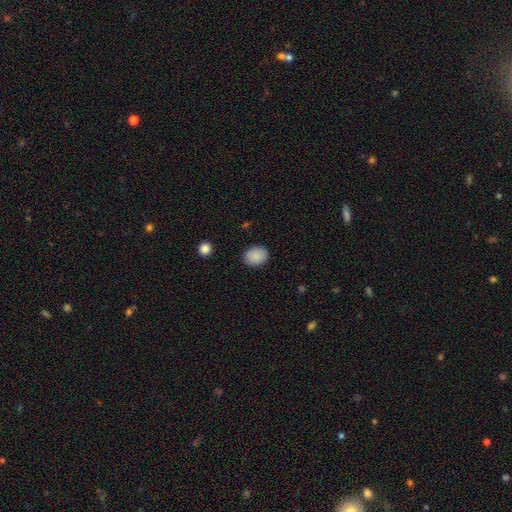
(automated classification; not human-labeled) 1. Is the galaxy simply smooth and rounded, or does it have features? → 88% smooth, 8% star or artifact, 4% featured or disk.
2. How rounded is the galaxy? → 51% round, 48% in between, 1% cigar-shaped.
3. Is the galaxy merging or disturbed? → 88% none, 9% minor disturbance, 2% major disturbance, 1% merger.